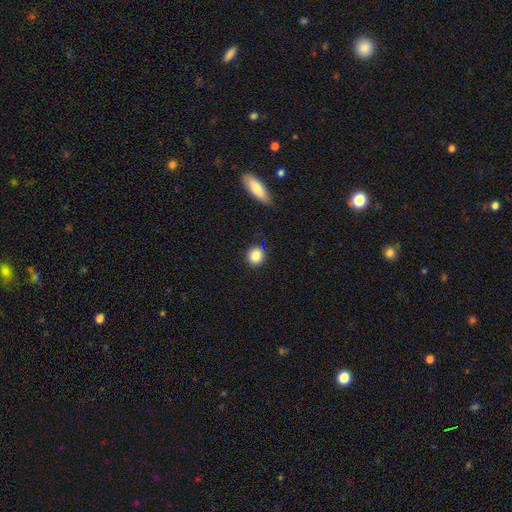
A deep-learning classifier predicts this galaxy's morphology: A smooth galaxy with no disk features (84%) that is round (86%). Merging: none (87%).